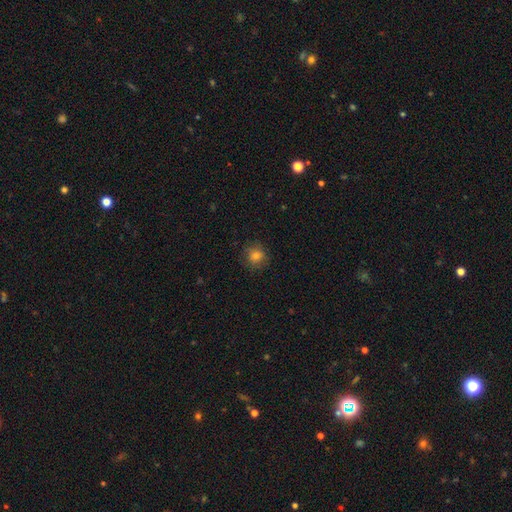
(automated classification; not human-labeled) Q: Smooth or featured?
A: smooth (79%); runner-up: star or artifact (12%)
Q: How rounded?
A: round (86%); runner-up: in between (13%)
Q: Merging?
A: none (83%); runner-up: minor disturbance (13%)